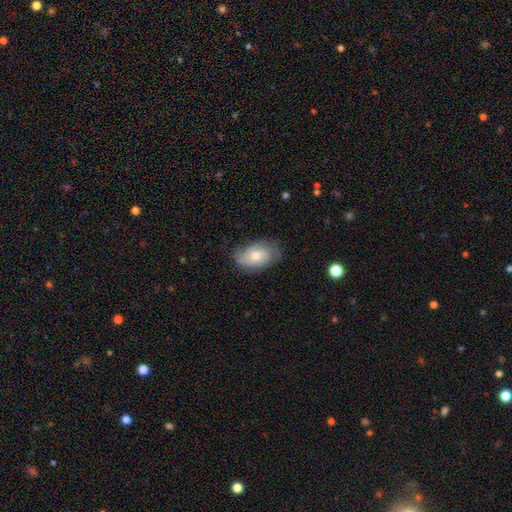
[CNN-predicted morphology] smooth-or-featured: featured or disk: 49% | smooth: 43% | star or artifact: 8%
  merging: none: 72% | minor disturbance: 21% | major disturbance: 6% | merger: 1%